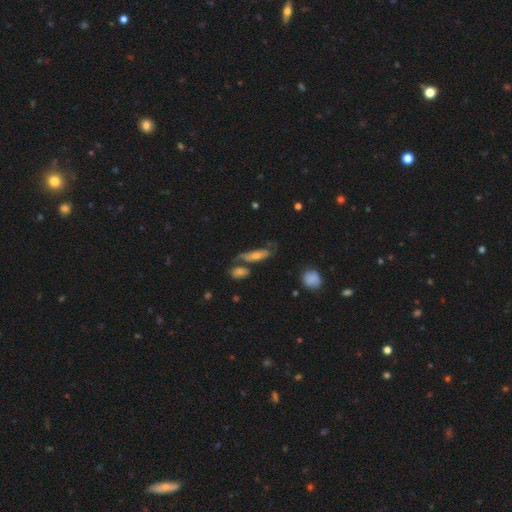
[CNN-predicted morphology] Smooth or featured? featured or disk (49%)
Merging? none (53%)